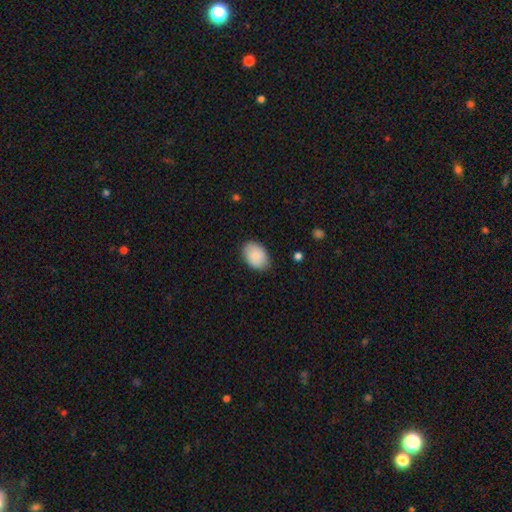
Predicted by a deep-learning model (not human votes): The model was most divided on "how rounded": in between: 85%, round: 14%, cigar-shaped: 1%. More confident: smooth or featured — smooth (86%); merging — none (84%).